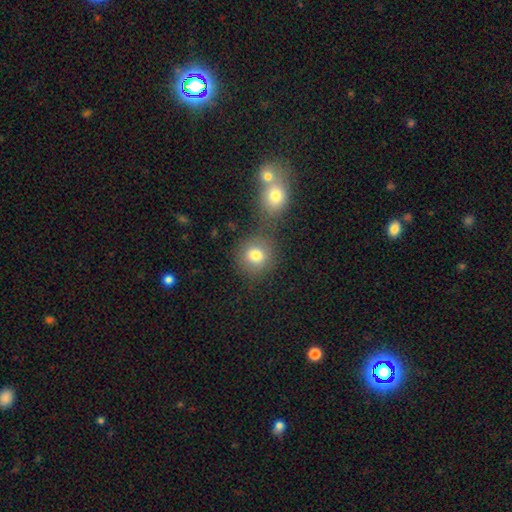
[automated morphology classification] smooth-or-featured: smooth: 77% | star or artifact: 15% | featured or disk: 9%
  how-rounded: round: 87% | in between: 12% | cigar-shaped: 1%
  merging: none: 65% | merger: 22% | minor disturbance: 9% | major disturbance: 4%